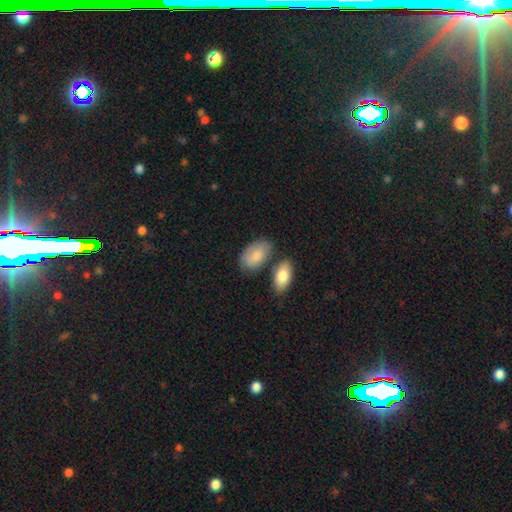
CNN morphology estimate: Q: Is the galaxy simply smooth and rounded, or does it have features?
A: smooth — 83%.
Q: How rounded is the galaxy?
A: in between — 93%.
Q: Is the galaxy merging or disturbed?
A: none — 58%.